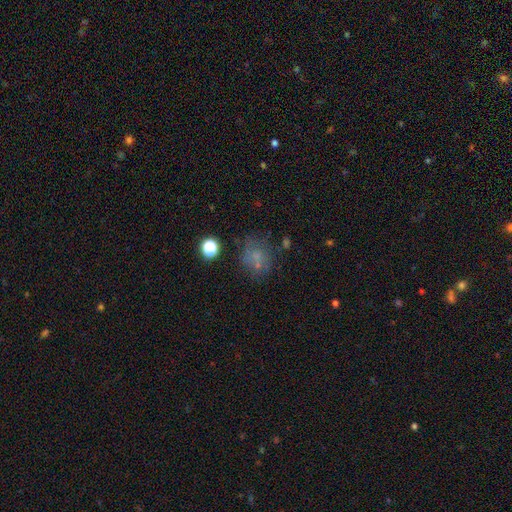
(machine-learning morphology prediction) The model was most divided on "smooth or featured": smooth: 53%, featured or disk: 25%, star or artifact: 23%. More confident: how rounded — round (66%); merging — none (56%).